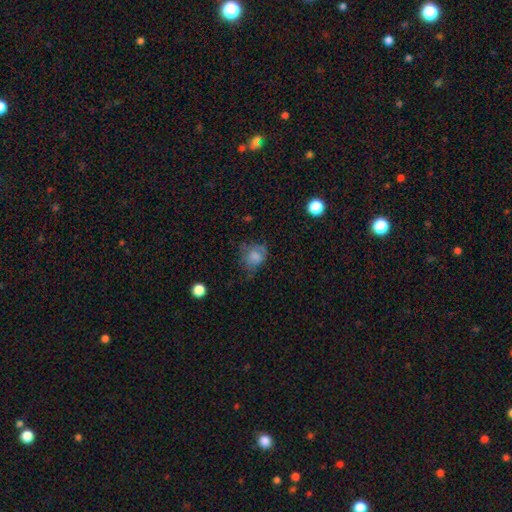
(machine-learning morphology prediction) Smooth or featured? Predicted: smooth (p=0.68). How rounded? Predicted: round (p=0.60). Merging? Predicted: none (p=0.51).